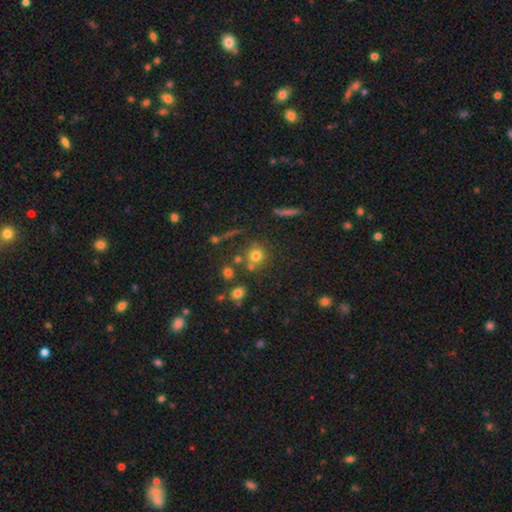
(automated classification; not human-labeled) smooth_or_featured: smooth (p=0.72) [alt: star or artifact p=0.17]
how_rounded: round (p=0.88) [alt: in between p=0.11]
merging: none (p=0.63) [alt: merger p=0.20]